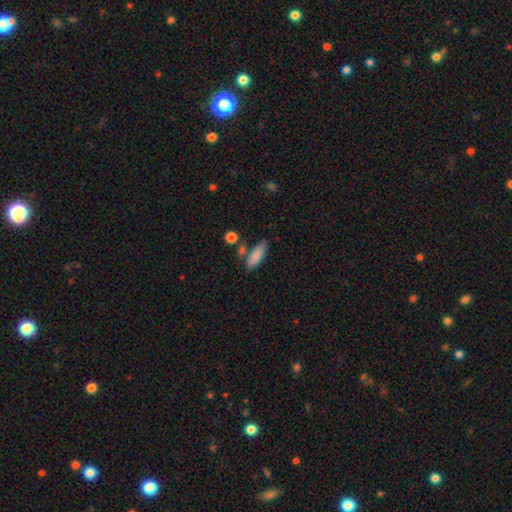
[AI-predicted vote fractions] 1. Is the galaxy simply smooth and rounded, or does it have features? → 84% smooth, 10% featured or disk, 7% star or artifact.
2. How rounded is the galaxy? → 68% in between, 30% cigar-shaped, 2% round.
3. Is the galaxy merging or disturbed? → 68% none, 17% minor disturbance, 11% merger, 4% major disturbance.